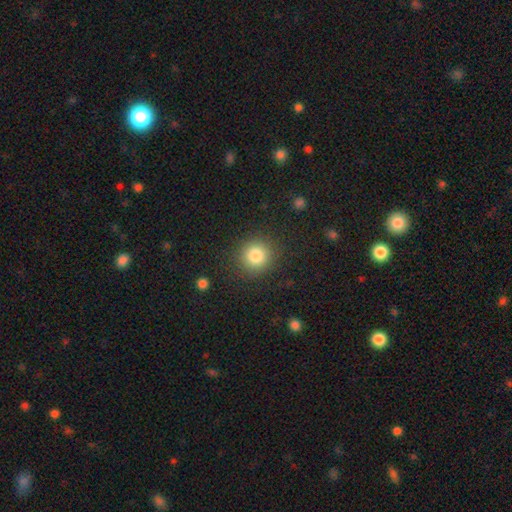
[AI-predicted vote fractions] Overall: smooth (83%). How rounded: round (91%). Merging: none (88%).